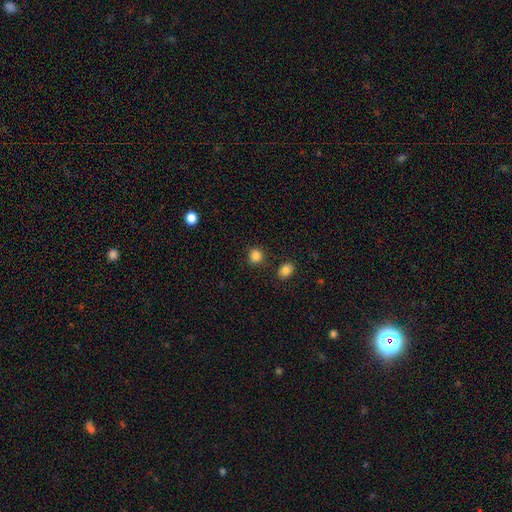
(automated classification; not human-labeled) smooth 85%, star or artifact 11%, featured or disk 4%. Down the decision tree: how rounded — round (87%); merging — none (85%).